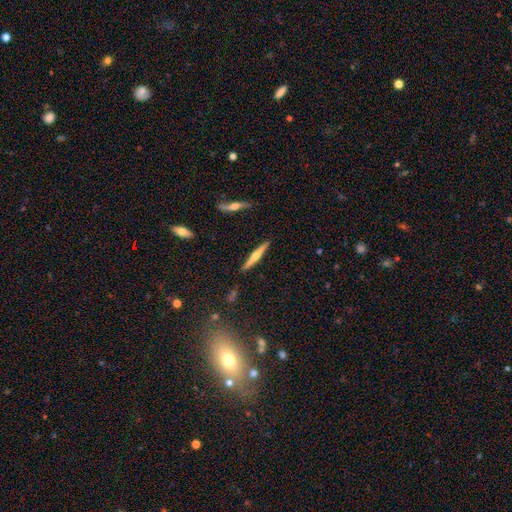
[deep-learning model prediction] smooth_or_featured: featured or disk (p=0.64) [alt: smooth p=0.30]
disk_edge_on: yes (p=0.97) [alt: no p=0.03]
edge_on_bulge: rounded (p=0.88) [alt: none p=0.08]
merging: none (p=0.90) [alt: minor disturbance p=0.07]